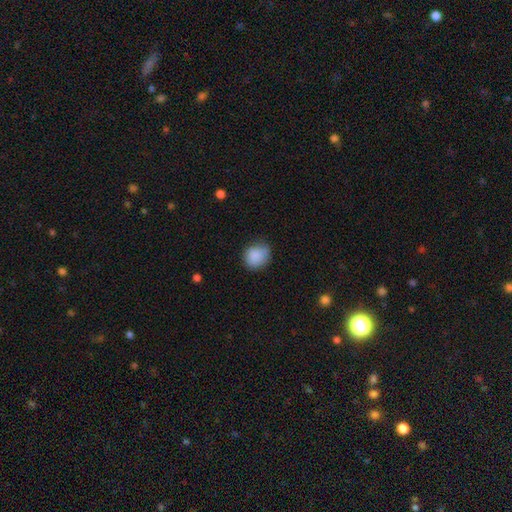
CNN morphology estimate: Smooth or featured: smooth — 86% (star or artifact — 8%)
How rounded: round — 69% (in between — 30%)
Merging: none — 64% (minor disturbance — 28%)